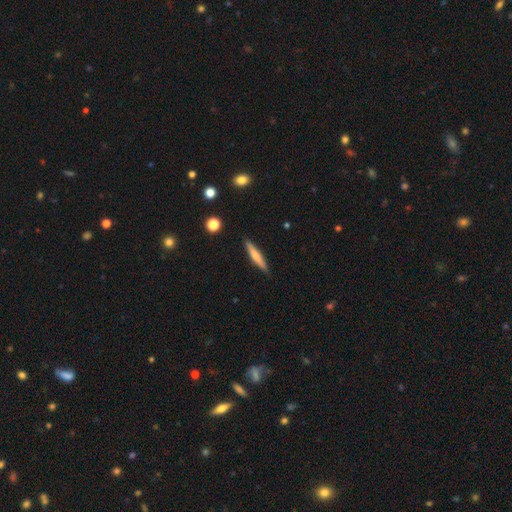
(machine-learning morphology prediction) Smooth or featured: smooth — 58% (featured or disk — 36%)
How rounded: cigar-shaped — 91% (in between — 7%)
Merging: none — 89% (minor disturbance — 8%)